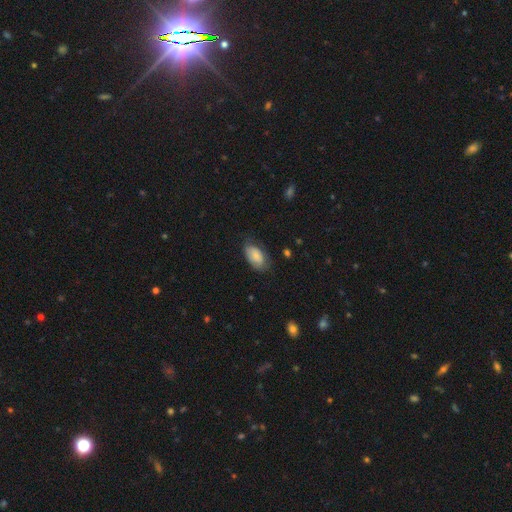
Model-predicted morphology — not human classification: type=smooth (81%); roundness=in between (93%); merging=none (65%).